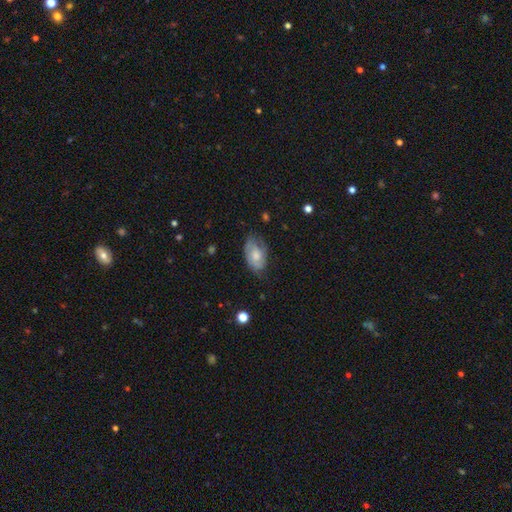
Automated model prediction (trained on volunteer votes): smooth_or_featured: featured or disk (p=0.48) [alt: smooth p=0.45]
merging: none (p=0.61) [alt: minor disturbance p=0.28]